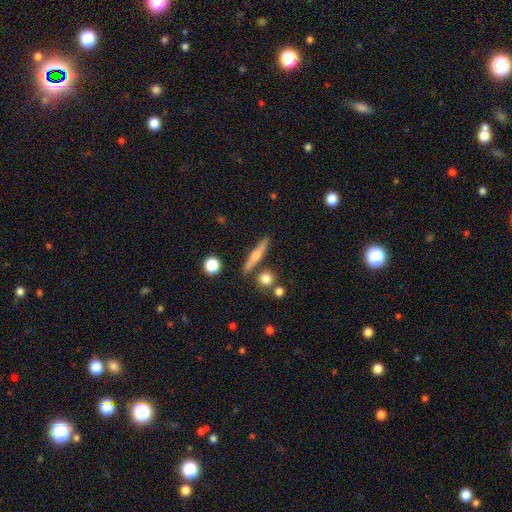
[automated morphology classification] The model was most divided on "smooth or featured": featured or disk: 49%, smooth: 43%, star or artifact: 8%. More confident: merging — none (83%).